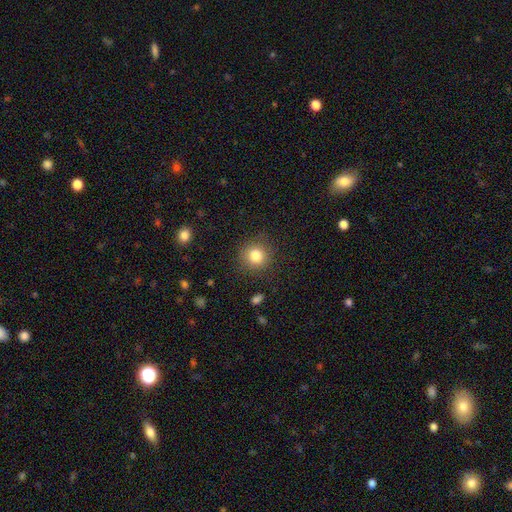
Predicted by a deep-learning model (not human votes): Overall: smooth (82%). How rounded: round (91%). Merging: none (86%).